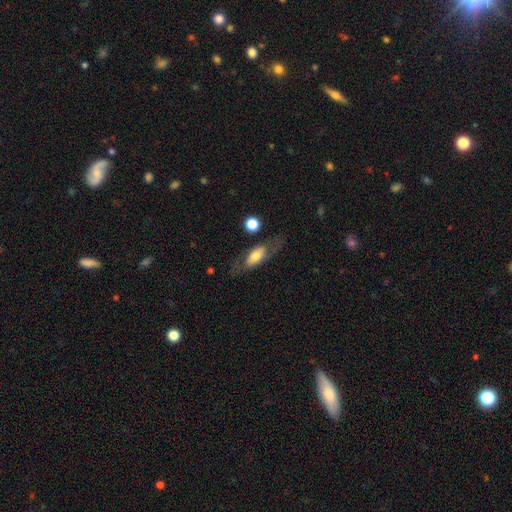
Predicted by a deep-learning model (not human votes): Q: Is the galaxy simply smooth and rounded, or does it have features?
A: smooth — 48%.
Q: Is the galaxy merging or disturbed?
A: none — 65%.